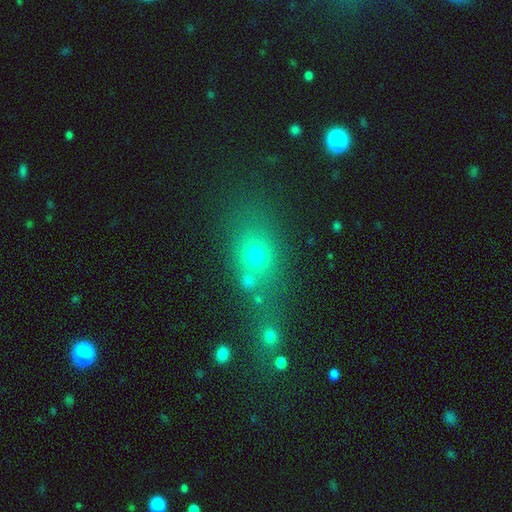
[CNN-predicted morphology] A smooth galaxy with no disk features (65%) that is round (50%). Merging: none (49%).